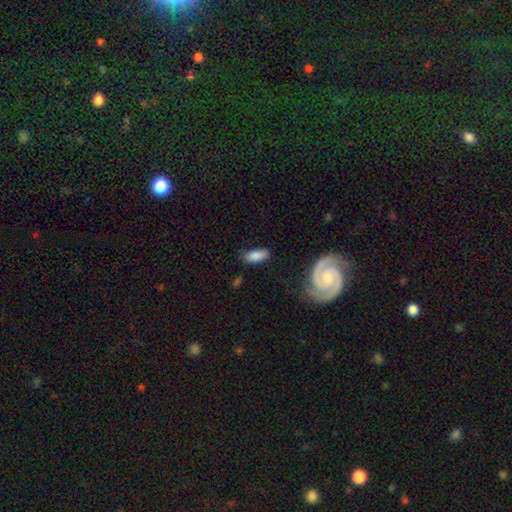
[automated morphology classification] smooth 81%, featured or disk 12%, star or artifact 7%. Down the decision tree: how rounded — in between (86%); merging — none (73%).